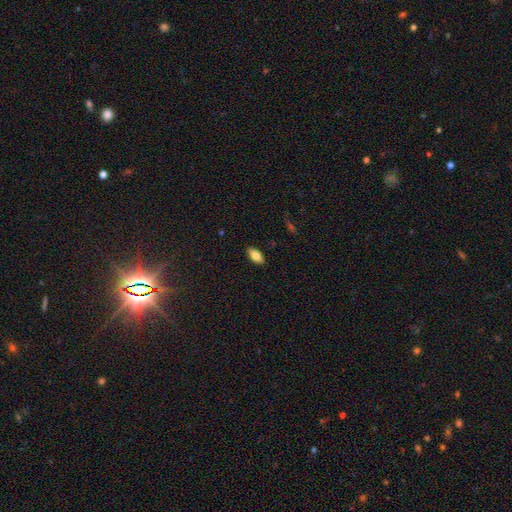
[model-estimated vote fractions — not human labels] Smooth or featured?
  - smooth: 79% *
  - featured or disk: 14%
  - star or artifact: 7%
How rounded?
  - in between: 88% *
  - cigar-shaped: 9%
  - round: 3%
Merging?
  - none: 89% *
  - minor disturbance: 9%
  - major disturbance: 2%
  - merger: 1%